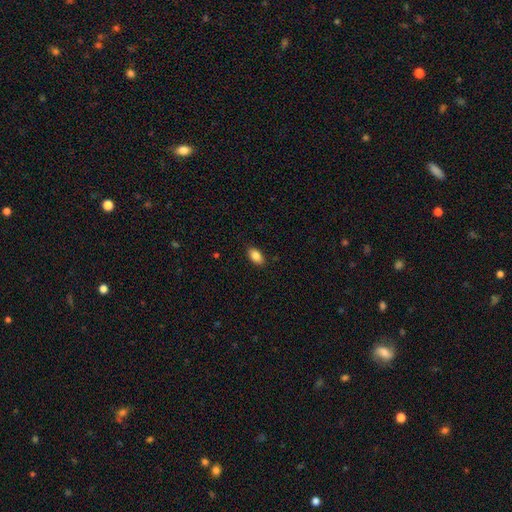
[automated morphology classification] This is clearly a smooth galaxy (86%). How rounded: clearly in between (92%). Merging: clearly none (88%).